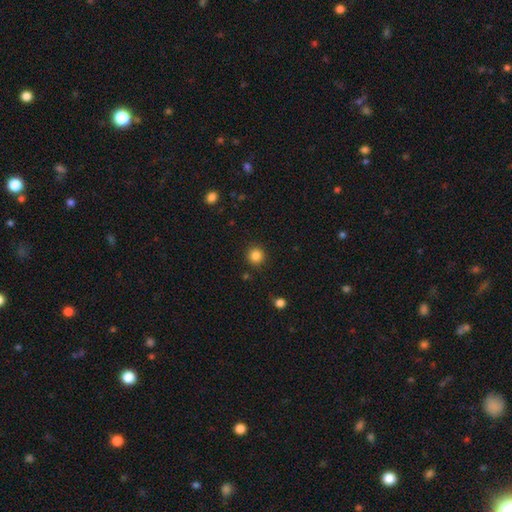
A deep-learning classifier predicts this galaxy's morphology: The model was most divided on "smooth or featured": smooth: 85%, star or artifact: 11%, featured or disk: 4%. More confident: how rounded — round (94%); merging — none (90%).